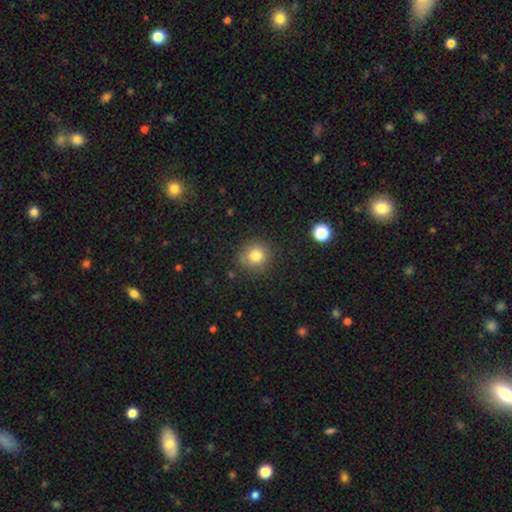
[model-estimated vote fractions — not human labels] This appears to be a smooth galaxy with no disk features (81%) that is round (89%). Merging: none (85%).